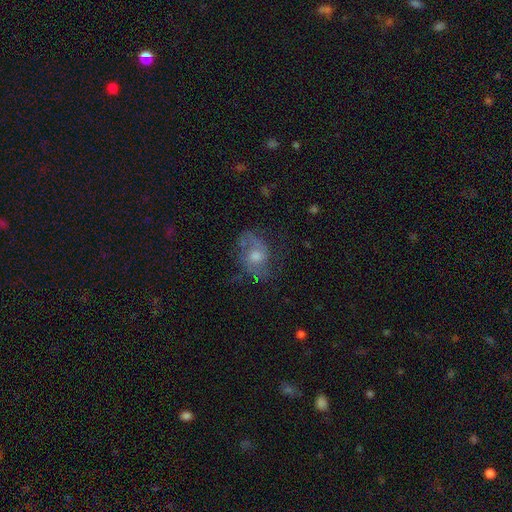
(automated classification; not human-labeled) Smooth or featured? Predicted: featured or disk (p=0.56). Edge-on disk? Predicted: no (p=0.95). Bar? Predicted: no (p=0.73). Spiral arms? Predicted: yes (p=0.74). Bulge size? Predicted: moderate (p=0.60). Merging? Predicted: none (p=0.57).